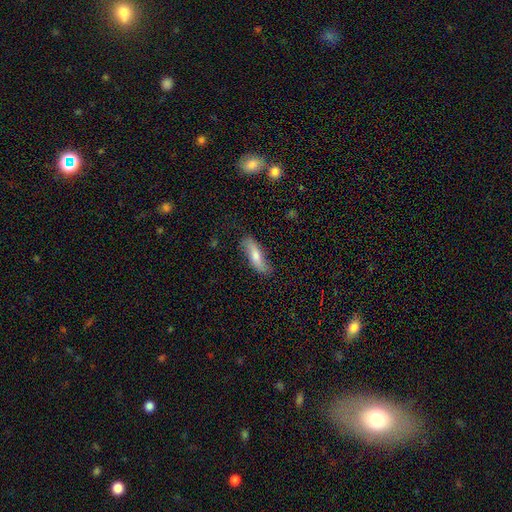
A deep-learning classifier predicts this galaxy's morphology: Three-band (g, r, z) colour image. It shows a smooth galaxy with no disk features (61%) that is cigar-shaped (52%). Merging: none (76%).